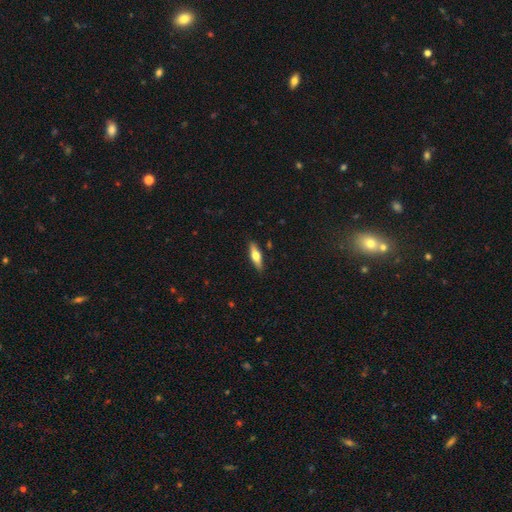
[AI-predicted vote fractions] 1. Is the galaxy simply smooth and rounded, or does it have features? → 52% smooth, 42% featured or disk, 6% star or artifact.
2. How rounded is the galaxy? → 60% cigar-shaped, 38% in between, 2% round.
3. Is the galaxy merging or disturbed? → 88% none, 9% minor disturbance, 2% major disturbance, 1% merger.